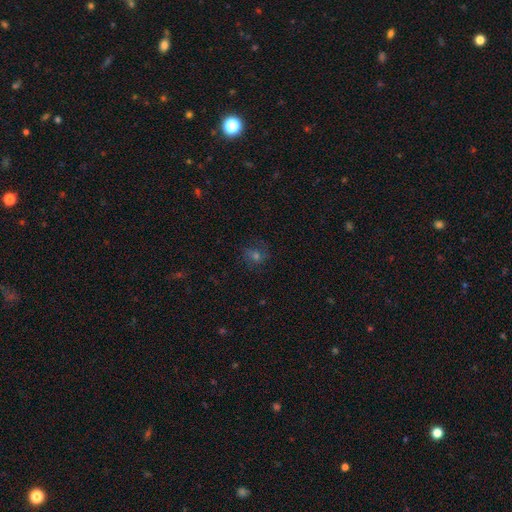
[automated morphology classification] smooth 38%, featured or disk 33%, star or artifact 29%. Down the decision tree: merging — none (75%).